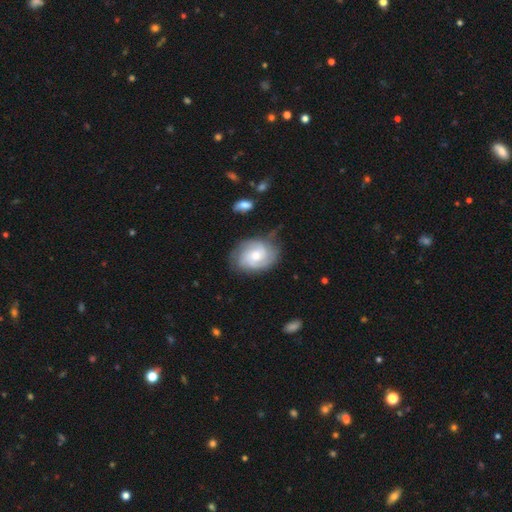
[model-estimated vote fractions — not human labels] Morphology: type=featured or disk (79%); edge-on=no (98%); bar=no (64%); spiral arms=yes (95%); winding=tight (58%); arm count=2 (36%); bulge=moderate (57%); merging=none (67%).